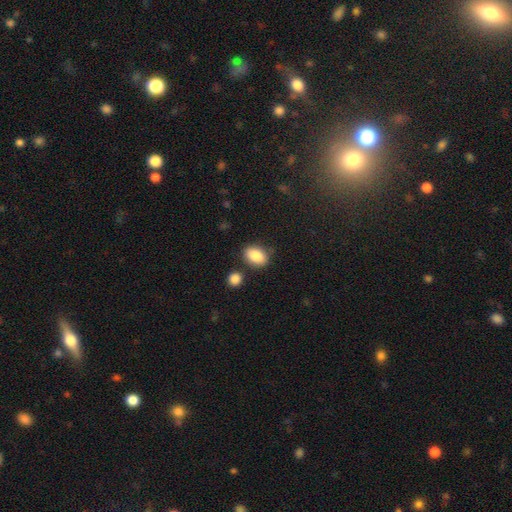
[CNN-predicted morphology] Smooth or featured? Predicted: smooth (p=0.86). How rounded? Predicted: in between (p=0.81). Merging? Predicted: none (p=0.78).